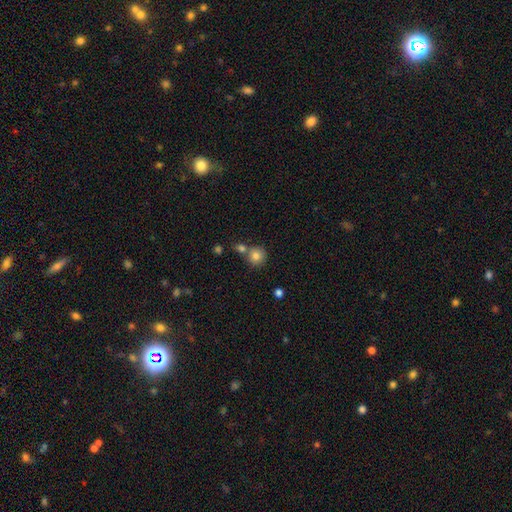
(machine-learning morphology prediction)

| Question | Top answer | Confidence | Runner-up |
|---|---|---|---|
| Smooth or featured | smooth | 81% | star or artifact (11%) |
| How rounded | round | 91% | in between (9%) |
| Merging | none | 64% | merger (24%) |